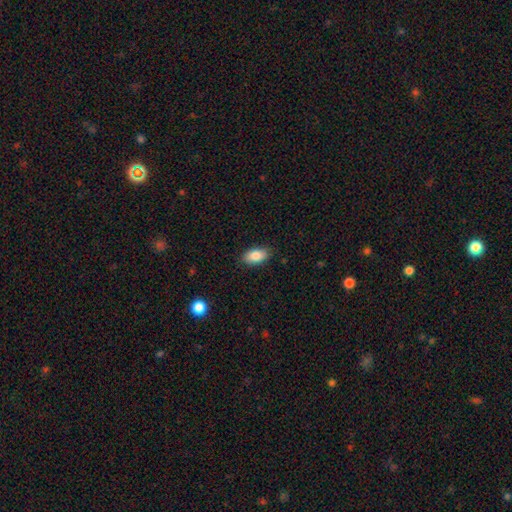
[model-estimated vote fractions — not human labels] Smooth or featured?
  - smooth: 86% *
  - featured or disk: 7%
  - star or artifact: 7%
How rounded?
  - in between: 92% *
  - round: 4%
  - cigar-shaped: 3%
Merging?
  - none: 87% *
  - minor disturbance: 10%
  - major disturbance: 2%
  - merger: 1%